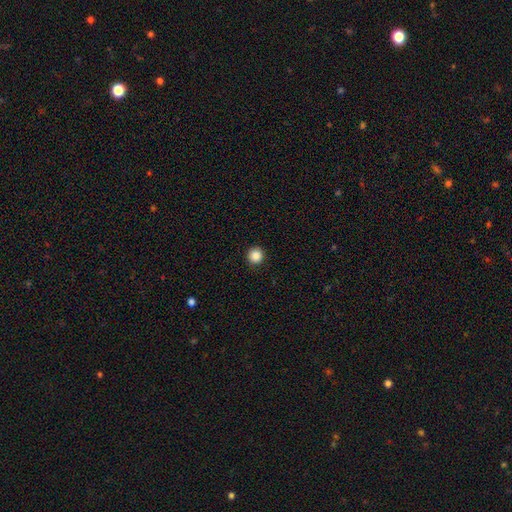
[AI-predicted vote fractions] smooth-or-featured: smooth: 87% | star or artifact: 10% | featured or disk: 3%
  how-rounded: round: 96% | in between: 4% | cigar-shaped: 1%
  merging: none: 93% | minor disturbance: 4% | major disturbance: 2% | merger: 1%